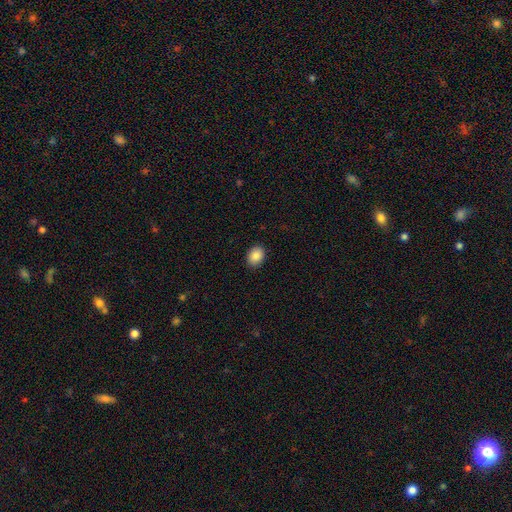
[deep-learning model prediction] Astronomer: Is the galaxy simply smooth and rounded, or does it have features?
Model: smooth — 88%.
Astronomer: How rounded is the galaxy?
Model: in between — 58% (runner-up: round, 41%).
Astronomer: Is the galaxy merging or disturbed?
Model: none — 90%.